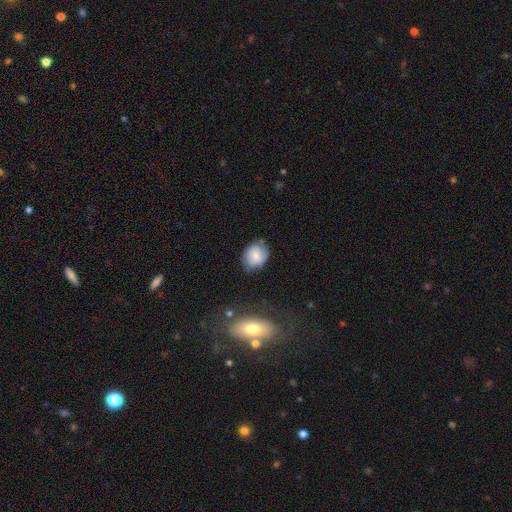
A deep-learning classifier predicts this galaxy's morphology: A smooth galaxy with no disk features (67%) that is round (54%).

Vote fractions:
- Smooth or featured? smooth: 67% / featured or disk: 24% / star or artifact: 9%
- How rounded? round: 54% / in between: 45% / cigar-shaped: 1%
- Merging? none: 70% / minor disturbance: 22% / major disturbance: 5% / merger: 3%